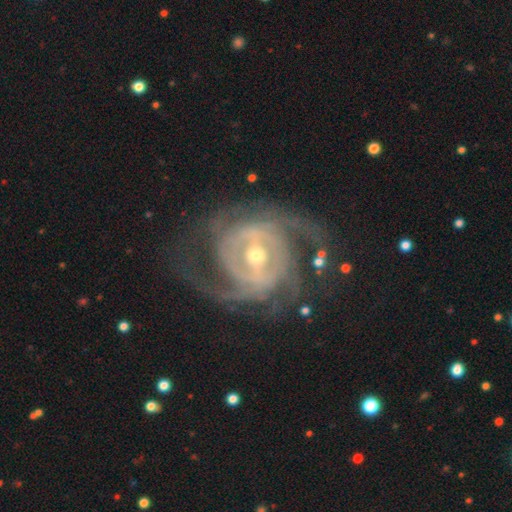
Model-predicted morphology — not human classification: Smooth or featured?
  - featured or disk: 91% *
  - star or artifact: 5%
  - smooth: 4%
Edge-on disk?
  - no: 97% *
  - yes: 3%
Bar?
  - weak: 41% *
  - strong: 38%
  - no: 20%
Spiral arms?
  - yes: 97% *
  - no: 3%
Spiral winding?
  - tight: 48% *
  - medium: 41%
  - loose: 11%
Spiral arm count?
  - 2: 36% *
  - 3: 24%
  - can't tell: 17%
  - 4: 11%
  - more than 4: 6%
  - 1: 6%
Bulge size?
  - moderate: 52% *
  - small: 43%
  - large: 3%
  - none: 1%
  - dominant: 1%
Merging?
  - none: 68% *
  - minor disturbance: 16%
  - major disturbance: 15%
  - merger: 2%